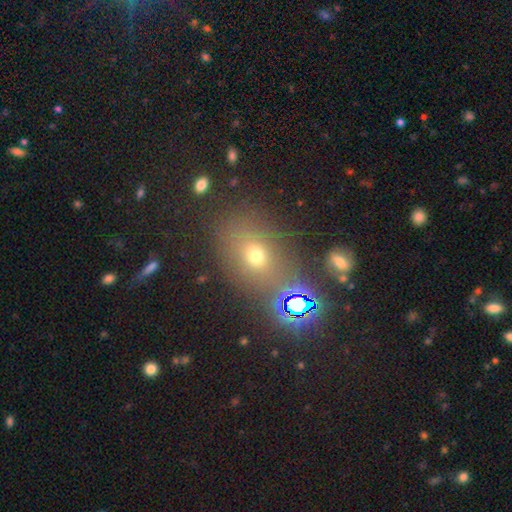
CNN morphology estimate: This is likely a smooth galaxy (62%). How rounded: possibly in between (54%). Merging: likely none (66%).